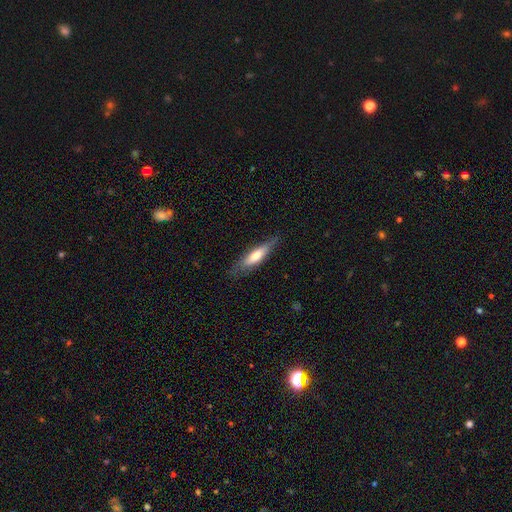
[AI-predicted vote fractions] Smooth or featured? smooth (60%)
How rounded? cigar-shaped (68%)
Merging? none (75%)